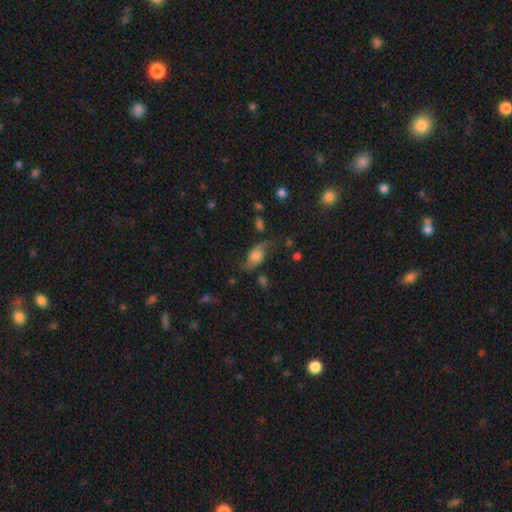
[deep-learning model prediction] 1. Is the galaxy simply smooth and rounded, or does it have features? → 45% featured or disk (tied), 45% smooth (tied), 10% star or artifact.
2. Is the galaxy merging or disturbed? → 59% none, 25% minor disturbance, 13% major disturbance, 3% merger.